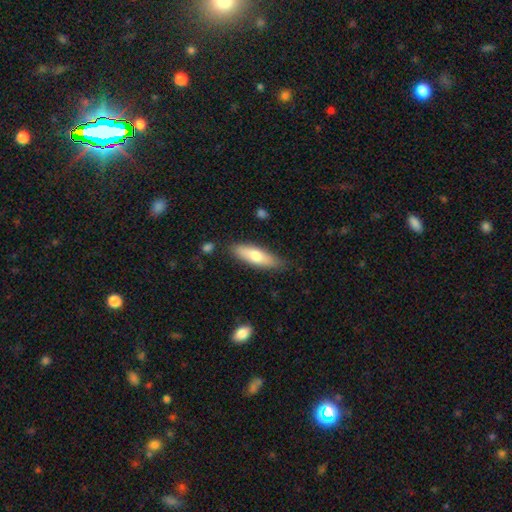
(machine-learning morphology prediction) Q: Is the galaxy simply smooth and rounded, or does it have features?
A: smooth — 67%.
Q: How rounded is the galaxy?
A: cigar-shaped — 58%.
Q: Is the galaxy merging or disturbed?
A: none — 82%.